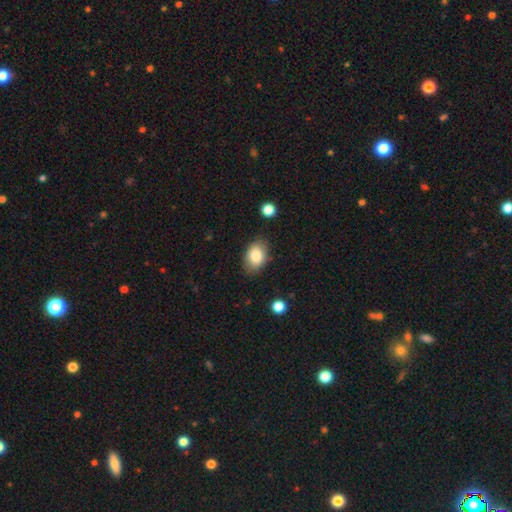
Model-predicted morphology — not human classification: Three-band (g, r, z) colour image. It shows a smooth galaxy with no disk features (82%) that is in between round and cigar-shaped (81%). Merging: none (81%).